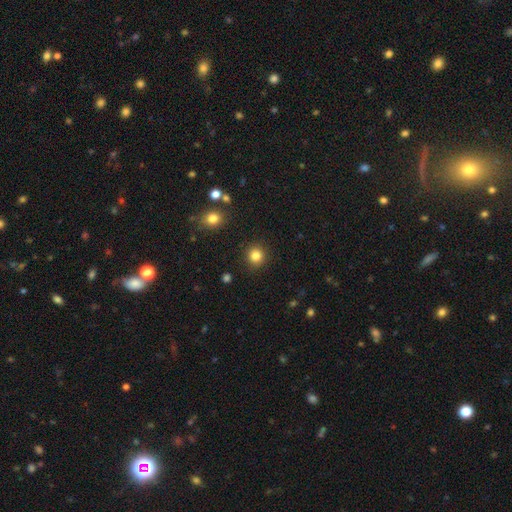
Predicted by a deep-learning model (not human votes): Overall: smooth (84%). How rounded: round (91%). Merging: none (90%).